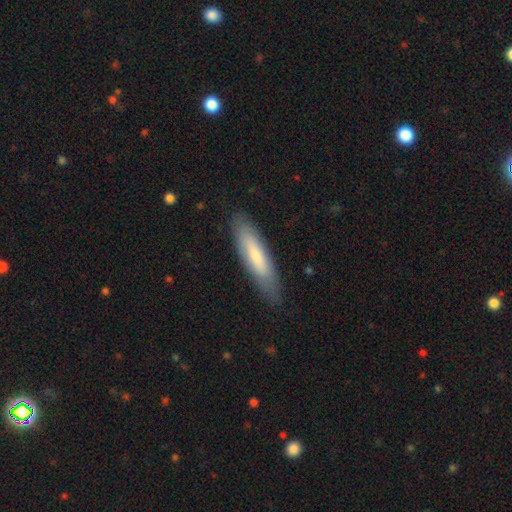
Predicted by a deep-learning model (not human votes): smooth_or_featured: smooth (p=0.70) [alt: featured or disk p=0.25]
how_rounded: cigar-shaped (p=0.70) [alt: in between p=0.28]
merging: none (p=0.84) [alt: minor disturbance p=0.12]